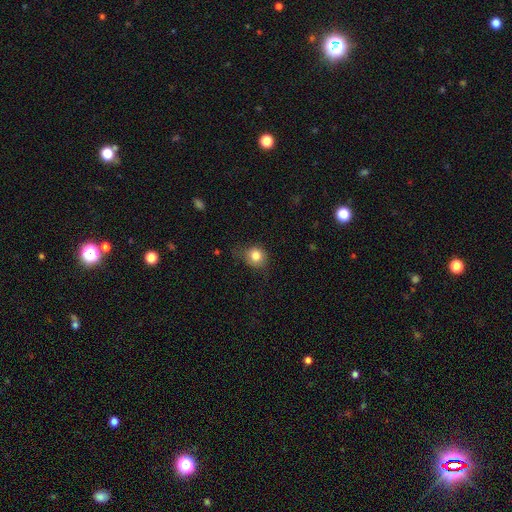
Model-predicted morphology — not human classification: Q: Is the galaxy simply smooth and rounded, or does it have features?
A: smooth — 81%.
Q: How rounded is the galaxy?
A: round — 76%.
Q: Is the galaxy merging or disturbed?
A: none — 61%.